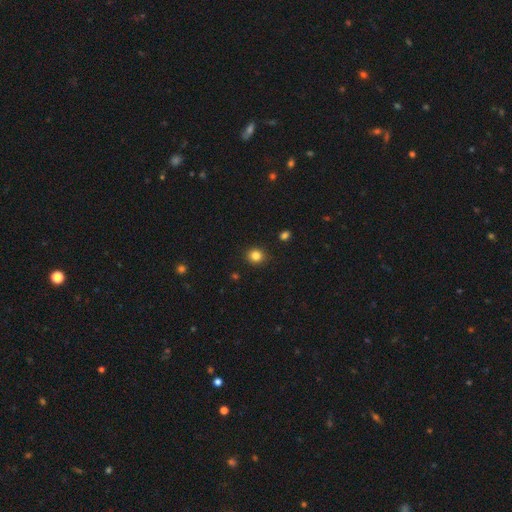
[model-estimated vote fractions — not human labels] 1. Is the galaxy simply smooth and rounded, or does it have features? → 83% smooth, 12% star or artifact, 5% featured or disk.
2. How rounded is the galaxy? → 81% round, 18% in between, 1% cigar-shaped.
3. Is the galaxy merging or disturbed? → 90% none, 7% minor disturbance, 2% major disturbance, 1% merger.